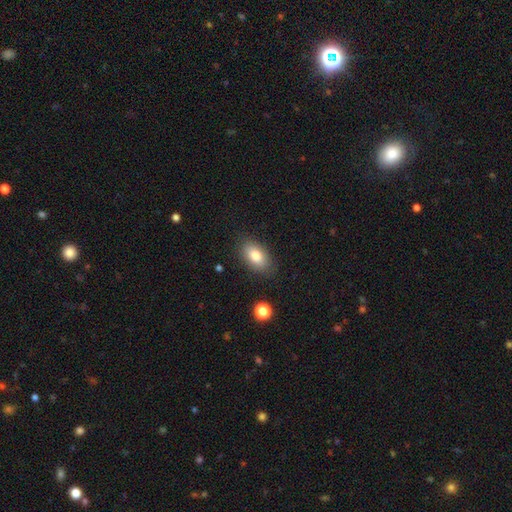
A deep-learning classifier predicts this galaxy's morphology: smooth-or-featured: smooth: 81% | featured or disk: 11% | star or artifact: 8%
  how-rounded: in between: 90% | round: 8% | cigar-shaped: 2%
  merging: none: 85% | minor disturbance: 11% | major disturbance: 3% | merger: 1%